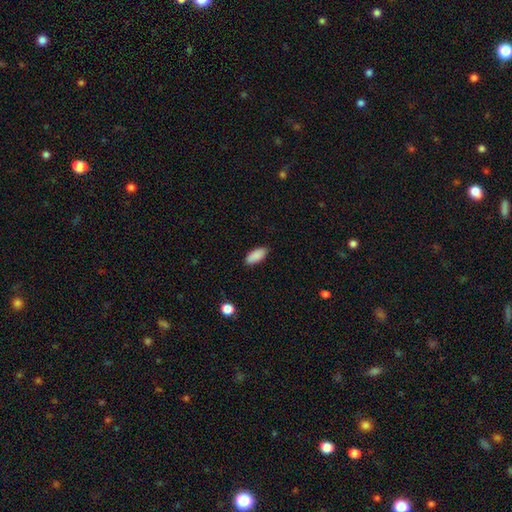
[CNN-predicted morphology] A smooth galaxy with no disk features (90%) that is in between round and cigar-shaped (88%).

Vote fractions:
- Smooth or featured? smooth: 90% / star or artifact: 7% / featured or disk: 3%
- How rounded? in between: 88% / cigar-shaped: 10% / round: 2%
- Merging? none: 88% / minor disturbance: 9% / major disturbance: 2% / merger: 1%